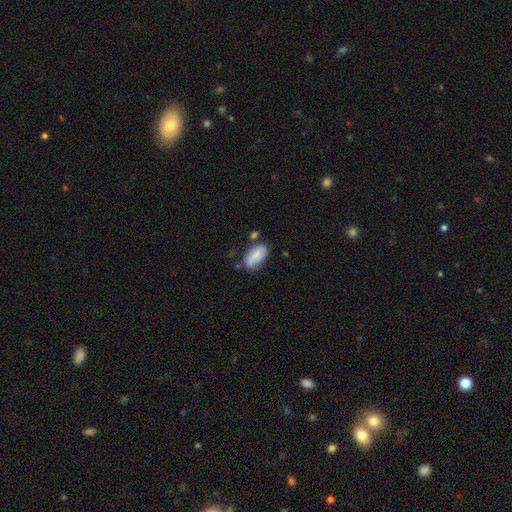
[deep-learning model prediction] Q: Smooth or featured?
A: smooth (80%); runner-up: featured or disk (13%)
Q: How rounded?
A: in between (92%); runner-up: cigar-shaped (4%)
Q: Merging?
A: none (58%); runner-up: minor disturbance (24%)